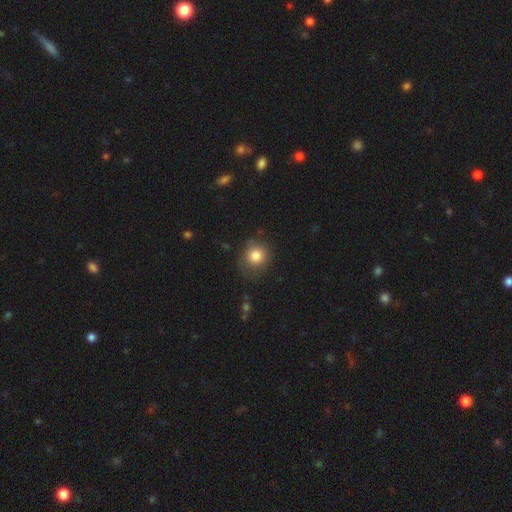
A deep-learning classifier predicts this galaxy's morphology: Smooth or featured? smooth (82%)
How rounded? round (84%)
Merging? none (75%)